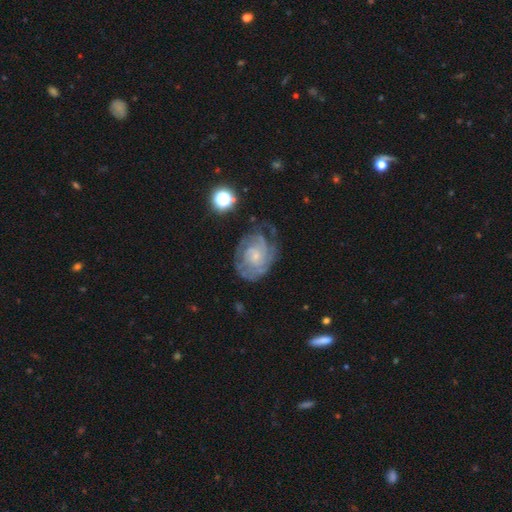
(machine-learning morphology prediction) featured or disk 80%, smooth 13%, star or artifact 7%. Down the decision tree: edge-on disk — no (98%); bar — no (71%); spiral arms — yes (92%); spiral arm count — can't tell (44%); spiral winding — tight (65%); bulge size — small (73%); merging — none (60%).